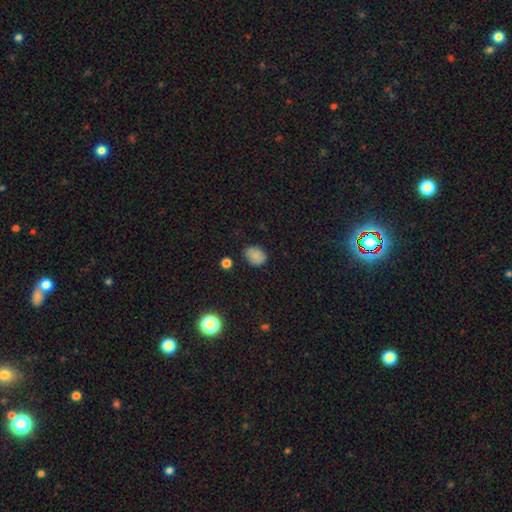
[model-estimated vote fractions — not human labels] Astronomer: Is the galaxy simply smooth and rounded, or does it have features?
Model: smooth — 81%.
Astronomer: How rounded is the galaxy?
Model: in between — 68%.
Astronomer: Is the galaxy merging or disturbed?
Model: none — 80%.